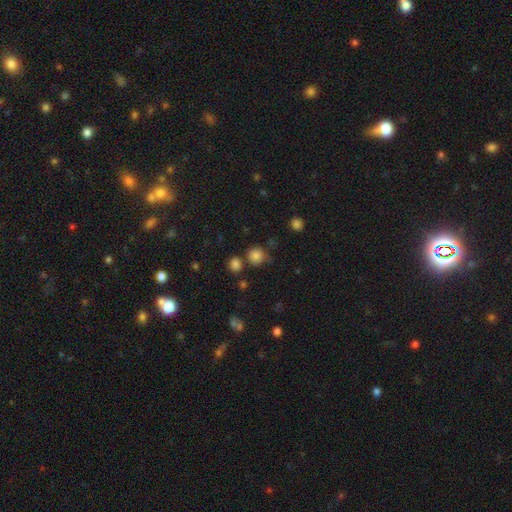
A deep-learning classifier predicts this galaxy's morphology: Smooth or featured? Predicted: smooth (p=0.82). How rounded? Predicted: round (p=0.90). Merging? Predicted: none (p=0.69).